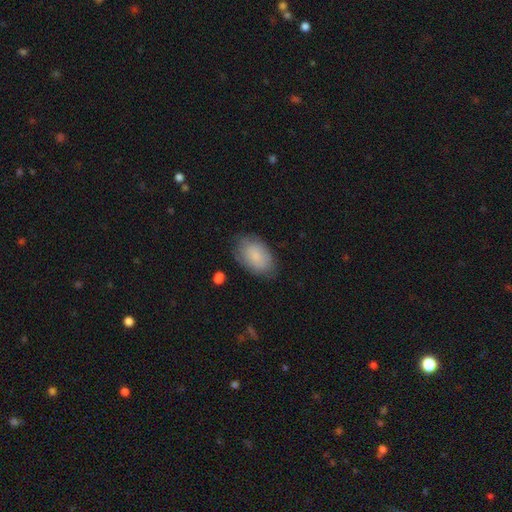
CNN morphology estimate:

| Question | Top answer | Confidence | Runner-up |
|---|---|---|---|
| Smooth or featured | smooth | 79% | featured or disk (15%) |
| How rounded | in between | 90% | round (9%) |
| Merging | none | 75% | minor disturbance (19%) |